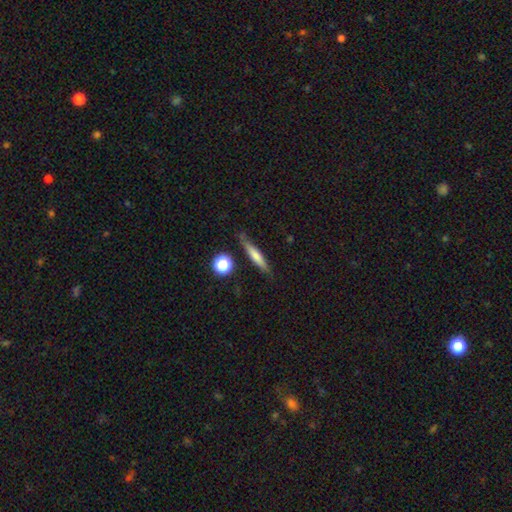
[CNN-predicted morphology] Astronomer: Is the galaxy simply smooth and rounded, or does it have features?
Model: smooth — 61%.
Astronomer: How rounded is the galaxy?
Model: cigar-shaped — 88%.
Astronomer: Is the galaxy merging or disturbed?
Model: none — 77%.